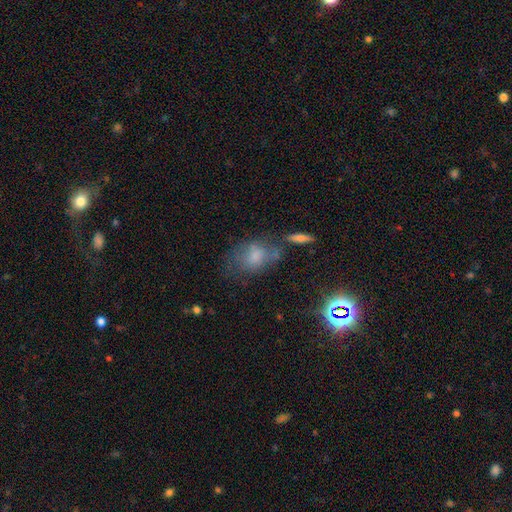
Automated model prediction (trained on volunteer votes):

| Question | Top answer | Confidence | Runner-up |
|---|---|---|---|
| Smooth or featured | smooth | 53% | featured or disk (25%) |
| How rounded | in between | 72% | round (26%) |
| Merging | none | 48% | minor disturbance (23%) |